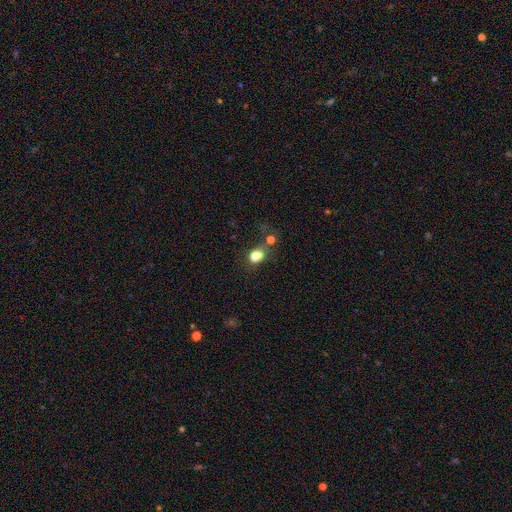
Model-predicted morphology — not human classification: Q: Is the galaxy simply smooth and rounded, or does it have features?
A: smooth — 81%.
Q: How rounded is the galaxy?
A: in between — 60%.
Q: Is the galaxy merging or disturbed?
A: none — 45%.